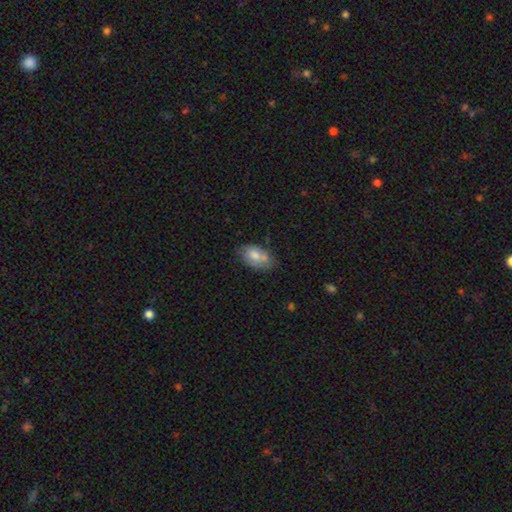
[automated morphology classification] smooth 67%, featured or disk 26%, star or artifact 7%. Down the decision tree: how rounded — in between (91%); merging — none (53%).